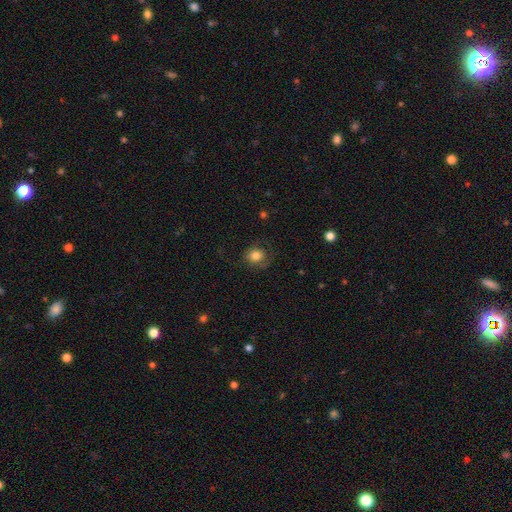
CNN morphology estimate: Smooth or featured?
  - smooth: 80% *
  - featured or disk: 10%
  - star or artifact: 10%
How rounded?
  - round: 76% *
  - in between: 23%
  - cigar-shaped: 1%
Merging?
  - none: 71% *
  - minor disturbance: 19%
  - major disturbance: 9%
  - merger: 1%